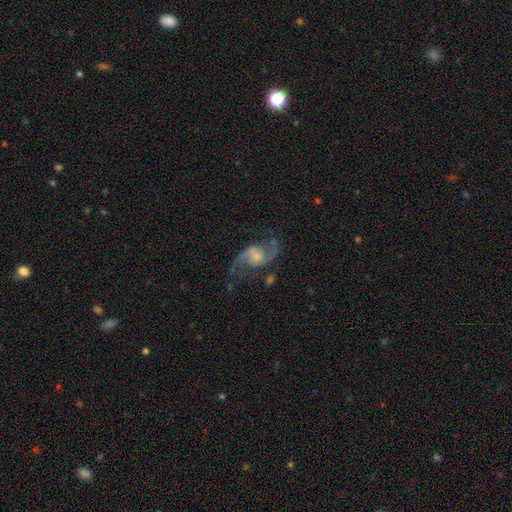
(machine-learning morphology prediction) Smooth or featured? featured or disk (88%)
Edge-on disk? no (97%)
Bar? no (58%)
Spiral arms? yes (97%)
Spiral winding? loose (56%)
Spiral arm count? 2 (93%)
Bulge size? small (45%)
Merging? none (71%)